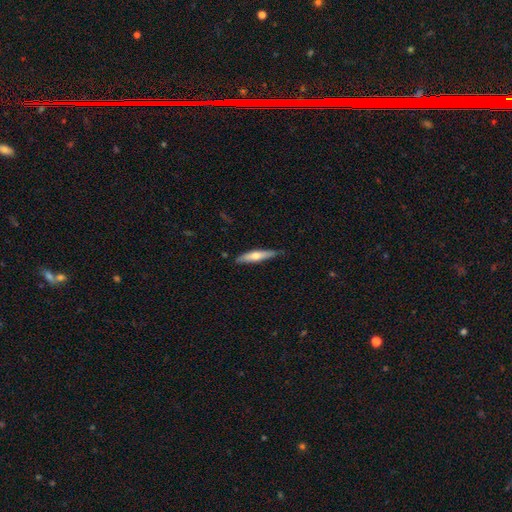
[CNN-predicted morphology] smooth-or-featured: smooth: 52% | featured or disk: 43% | star or artifact: 5%
  how-rounded: cigar-shaped: 85% | in between: 13% | round: 2%
  merging: none: 82% | minor disturbance: 15% | major disturbance: 2% | merger: 1%